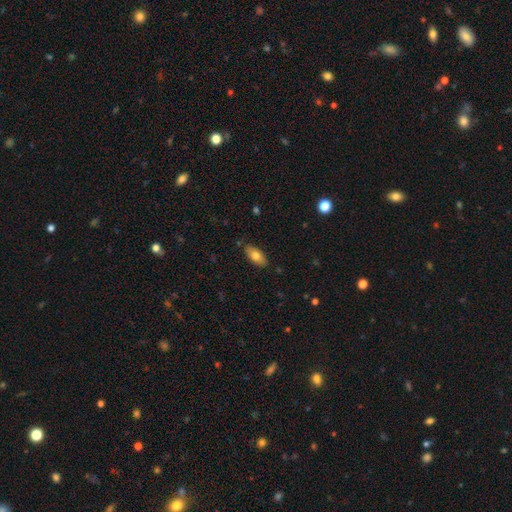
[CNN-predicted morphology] type=smooth (76%); roundness=in between (89%); merging=none (83%).